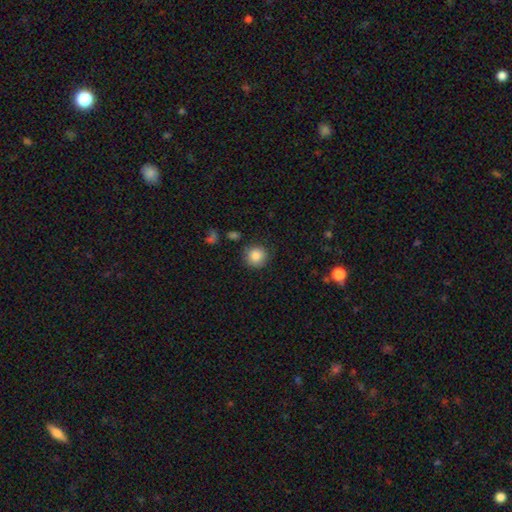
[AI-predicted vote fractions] smooth-or-featured: smooth: 85% | star or artifact: 9% | featured or disk: 6%
  how-rounded: round: 91% | in between: 8% | cigar-shaped: 1%
  merging: none: 84% | minor disturbance: 11% | major disturbance: 3% | merger: 2%